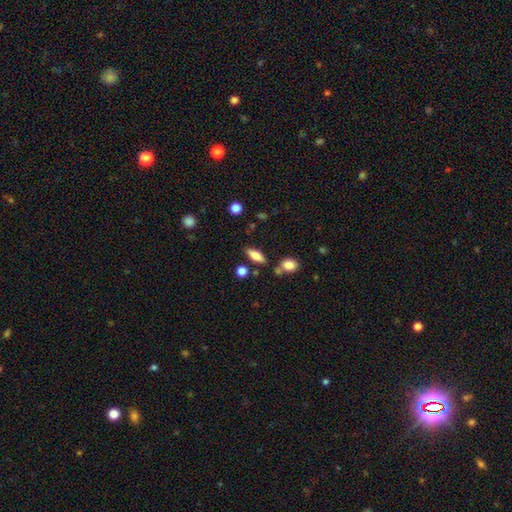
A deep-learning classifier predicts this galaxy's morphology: Smooth or featured?
  - smooth: 75% *
  - featured or disk: 17%
  - star or artifact: 8%
How rounded?
  - in between: 65% *
  - cigar-shaped: 32%
  - round: 3%
Merging?
  - none: 75% *
  - minor disturbance: 13%
  - merger: 8%
  - major disturbance: 4%